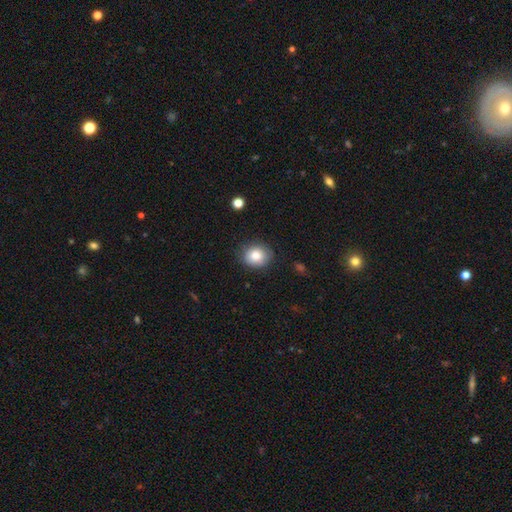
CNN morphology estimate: smooth_or_featured: smooth (p=0.83) [alt: star or artifact p=0.09]
how_rounded: round (p=0.68) [alt: in between p=0.31]
merging: none (p=0.81) [alt: minor disturbance p=0.14]